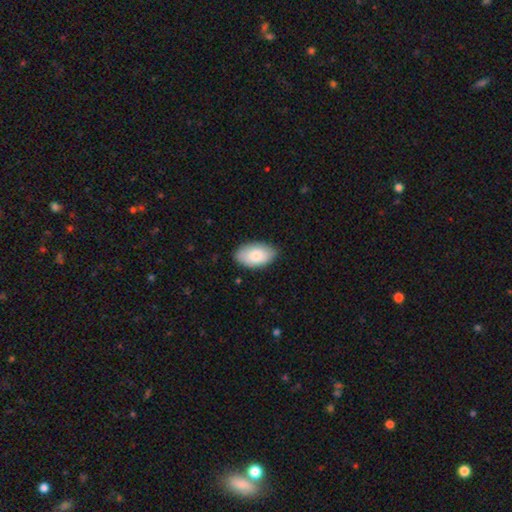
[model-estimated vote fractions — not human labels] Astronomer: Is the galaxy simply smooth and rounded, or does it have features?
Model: smooth — 82%.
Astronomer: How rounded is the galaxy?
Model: in between — 94%.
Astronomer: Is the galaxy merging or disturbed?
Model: none — 83%.